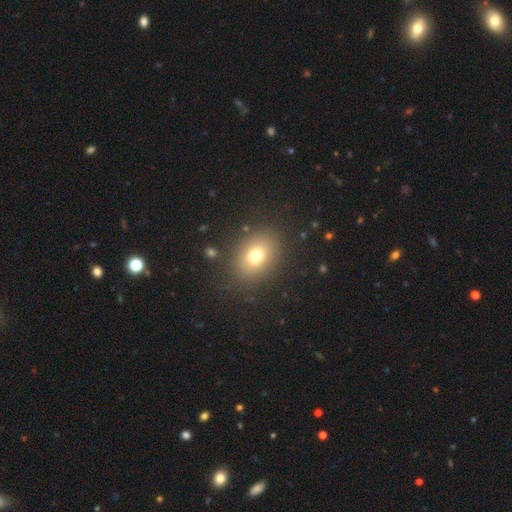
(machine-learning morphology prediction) Smooth or featured?
  - smooth: 73% *
  - star or artifact: 14%
  - featured or disk: 13%
How rounded?
  - in between: 61% *
  - round: 38%
  - cigar-shaped: 1%
Merging?
  - none: 85% *
  - minor disturbance: 9%
  - major disturbance: 5%
  - merger: 2%